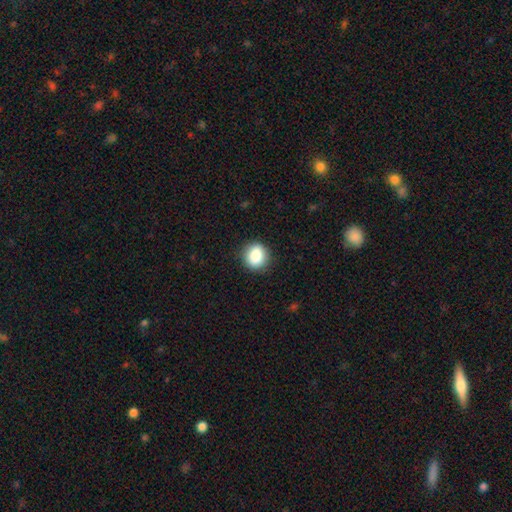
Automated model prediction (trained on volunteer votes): Smooth or featured: smooth — 87% (star or artifact — 9%)
How rounded: round — 78% (in between — 21%)
Merging: none — 88% (minor disturbance — 9%)